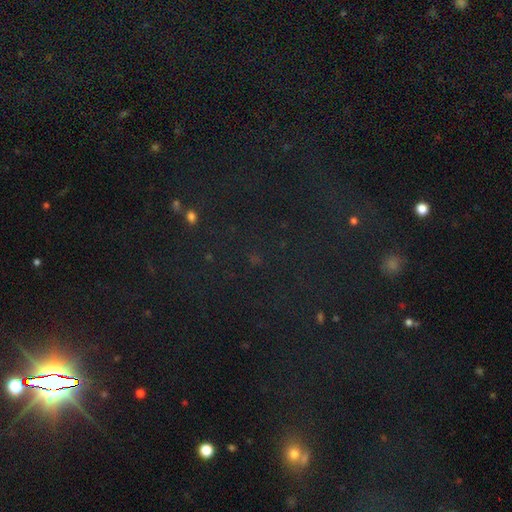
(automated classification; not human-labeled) smooth-or-featured: star or artifact: 76% | smooth: 15% | featured or disk: 9%